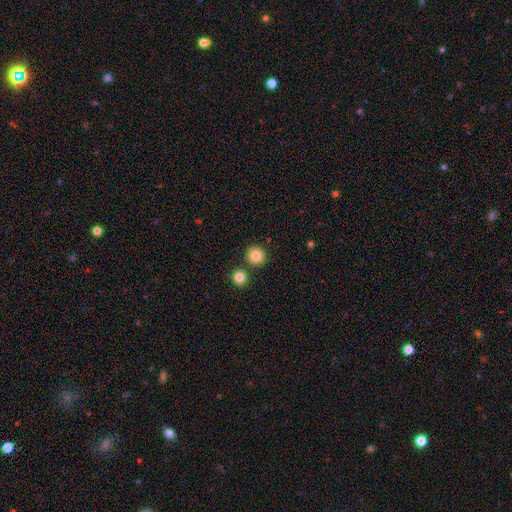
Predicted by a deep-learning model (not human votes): smooth-or-featured: smooth: 84% | star or artifact: 11% | featured or disk: 6%
  how-rounded: round: 94% | in between: 5% | cigar-shaped: 1%
  merging: none: 84% | merger: 9% | minor disturbance: 6% | major disturbance: 2%